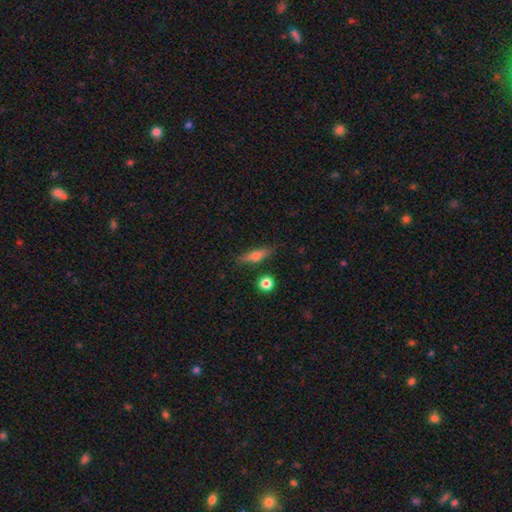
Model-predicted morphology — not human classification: This is possibly a smooth galaxy (59%). How rounded: likely cigar-shaped (61%). Merging: clearly none (82%).